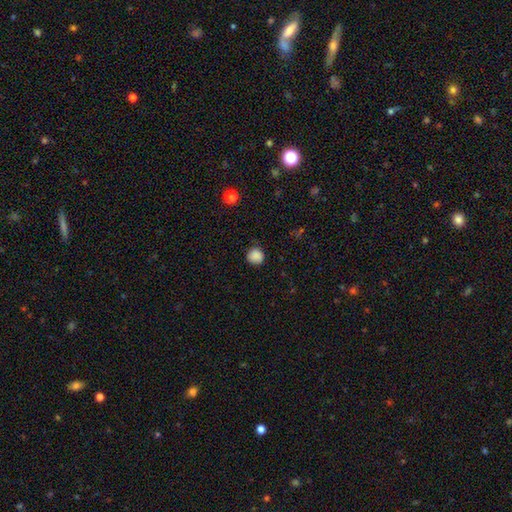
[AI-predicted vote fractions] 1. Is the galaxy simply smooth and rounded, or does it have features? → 86% smooth, 10% star or artifact, 4% featured or disk.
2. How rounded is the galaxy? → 90% round, 9% in between, 1% cigar-shaped.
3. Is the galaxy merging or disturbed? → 82% none, 14% minor disturbance, 3% major disturbance, 1% merger.